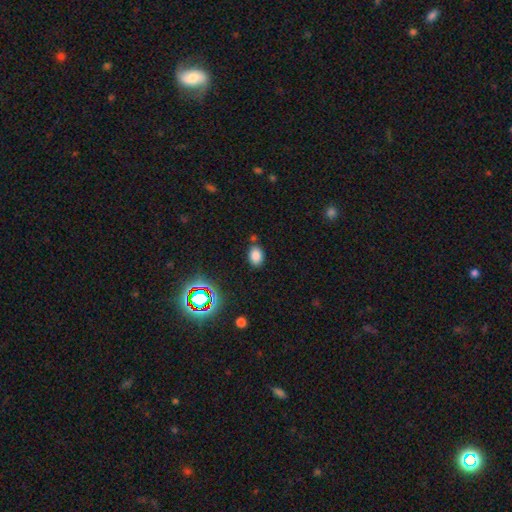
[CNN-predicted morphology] Overall: smooth (80%). How rounded: in between (79%). Merging: none (78%).